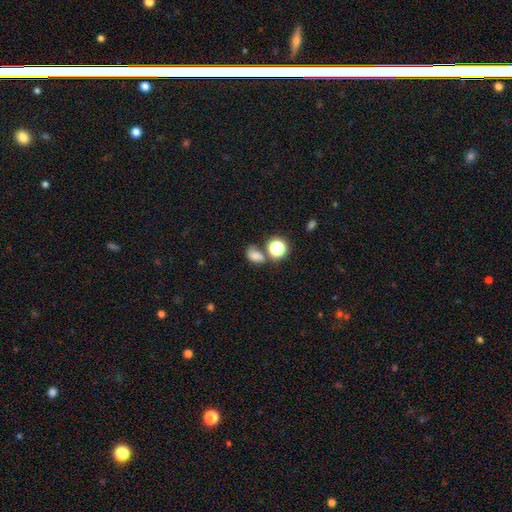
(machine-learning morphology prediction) A smooth galaxy with no disk features (63%) that is in between round and cigar-shaped (61%). Merging: none (48%).